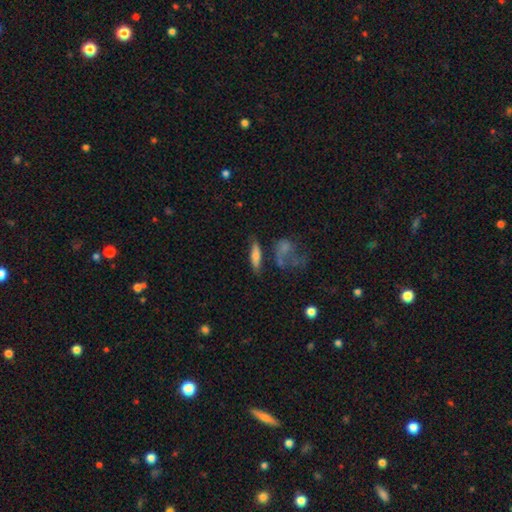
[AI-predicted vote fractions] The model was most divided on "how rounded": cigar-shaped: 56%, in between: 40%, round: 4%. More confident: smooth or featured — smooth (66%); merging — none (64%).